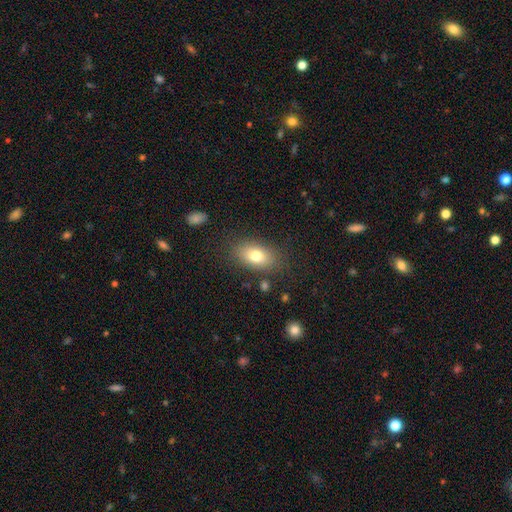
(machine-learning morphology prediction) smooth_or_featured: smooth (p=0.77) [alt: featured or disk p=0.14]
how_rounded: in between (p=0.87) [alt: round p=0.10]
merging: none (p=0.83) [alt: minor disturbance p=0.11]